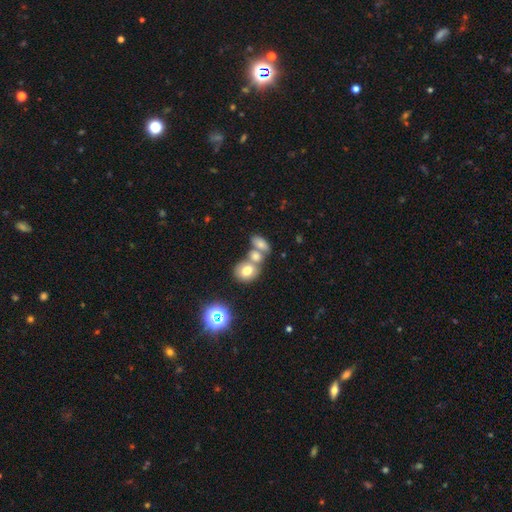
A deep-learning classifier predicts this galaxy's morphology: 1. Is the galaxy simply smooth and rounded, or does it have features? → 71% smooth, 17% featured or disk, 12% star or artifact.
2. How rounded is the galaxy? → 68% in between, 29% round, 2% cigar-shaped.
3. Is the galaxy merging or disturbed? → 54% merger, 32% none, 9% minor disturbance, 4% major disturbance.